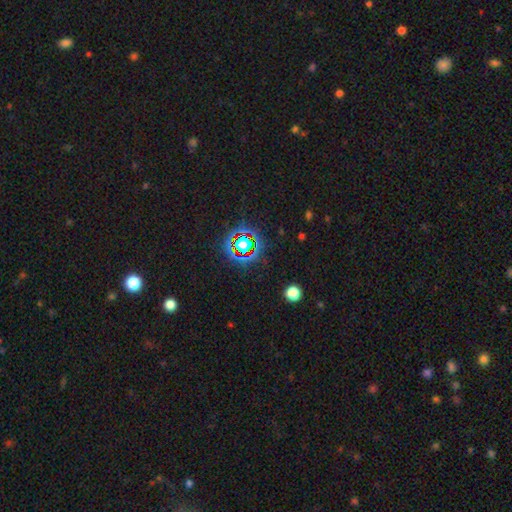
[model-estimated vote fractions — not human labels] Overall: star or artifact (78%).